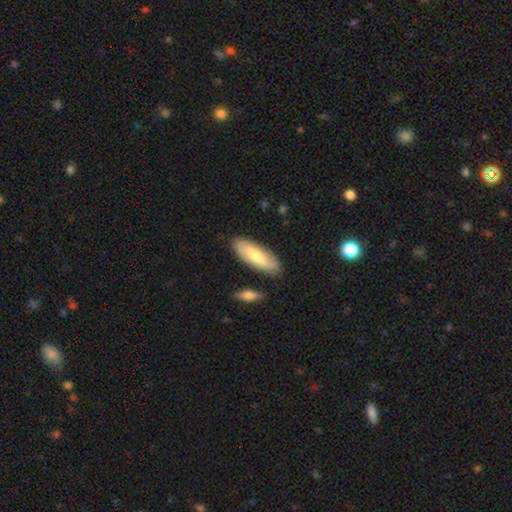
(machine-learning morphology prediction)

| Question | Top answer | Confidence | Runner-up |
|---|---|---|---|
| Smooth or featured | smooth | 62% | featured or disk (33%) |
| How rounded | in between | 66% | cigar-shaped (32%) |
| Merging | none | 83% | minor disturbance (11%) |